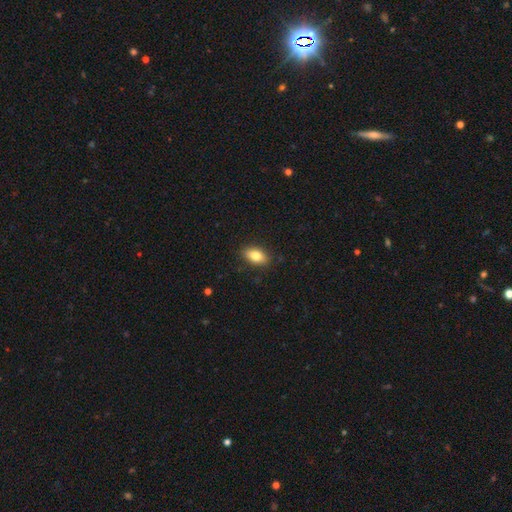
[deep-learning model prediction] Smooth or featured? smooth (81%)
How rounded? in between (89%)
Merging? none (88%)